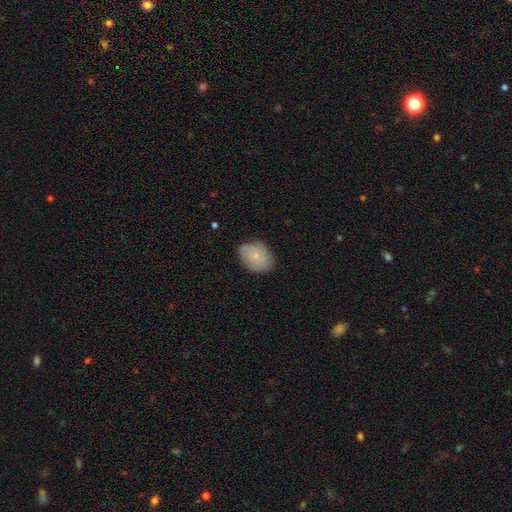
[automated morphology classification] Smooth or featured?
  - smooth: 57% *
  - featured or disk: 36%
  - star or artifact: 7%
How rounded?
  - in between: 68% *
  - round: 31%
  - cigar-shaped: 1%
Merging?
  - none: 73% *
  - minor disturbance: 21%
  - major disturbance: 4%
  - merger: 1%